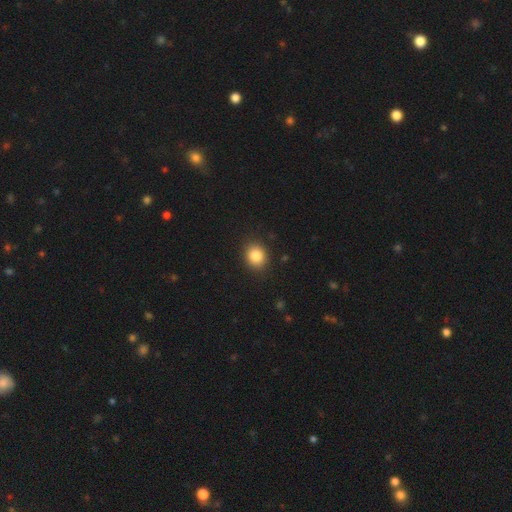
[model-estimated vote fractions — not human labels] A smooth galaxy with no disk features (86%) that is round (69%). Merging: none (88%).